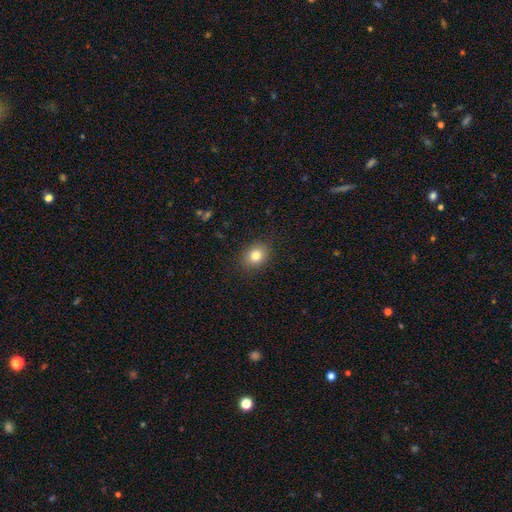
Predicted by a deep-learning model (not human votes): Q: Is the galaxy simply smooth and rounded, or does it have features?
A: smooth — 81%.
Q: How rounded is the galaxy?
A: round — 59%.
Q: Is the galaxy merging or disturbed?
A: none — 88%.